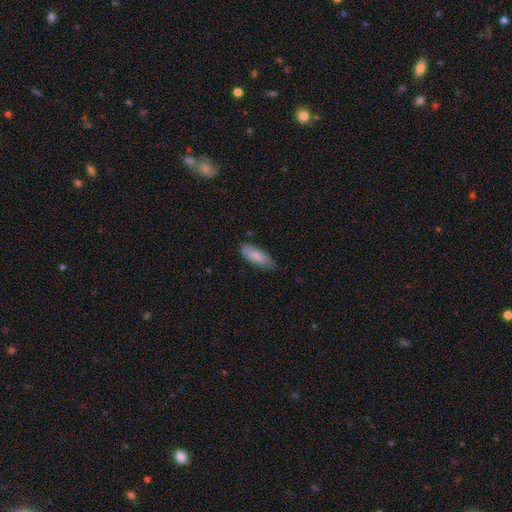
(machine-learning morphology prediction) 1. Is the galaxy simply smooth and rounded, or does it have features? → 83% smooth, 12% featured or disk, 6% star or artifact.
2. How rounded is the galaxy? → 63% in between, 35% cigar-shaped, 2% round.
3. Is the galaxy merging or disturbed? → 75% none, 20% minor disturbance, 4% major disturbance, 1% merger.